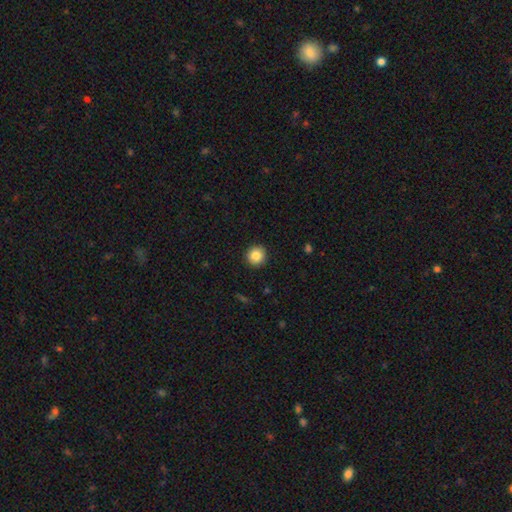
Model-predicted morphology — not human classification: This is clearly a smooth galaxy (85%). How rounded: clearly round (95%). Merging: clearly none (93%).